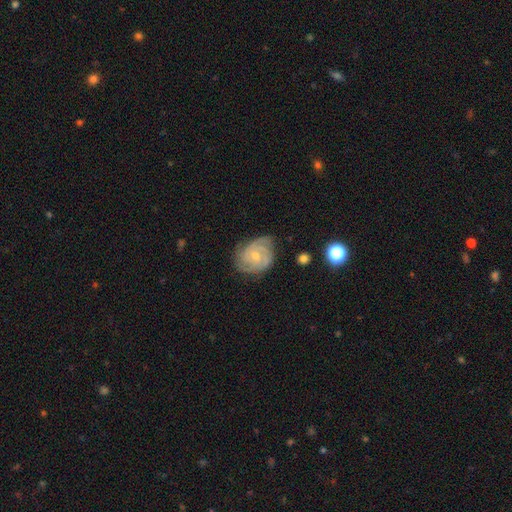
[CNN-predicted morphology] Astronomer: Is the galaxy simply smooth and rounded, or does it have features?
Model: featured or disk — 82%.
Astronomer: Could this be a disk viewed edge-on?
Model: no — 98%.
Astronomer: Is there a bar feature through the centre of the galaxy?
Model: no — 62%.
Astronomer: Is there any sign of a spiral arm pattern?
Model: yes — 96%.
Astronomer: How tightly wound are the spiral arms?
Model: tight — 68%.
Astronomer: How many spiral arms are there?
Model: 3 — 36% (runner-up: can't tell, 22%).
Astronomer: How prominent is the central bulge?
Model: small — 53% (runner-up: moderate, 43%).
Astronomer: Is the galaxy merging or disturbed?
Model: none — 71%.